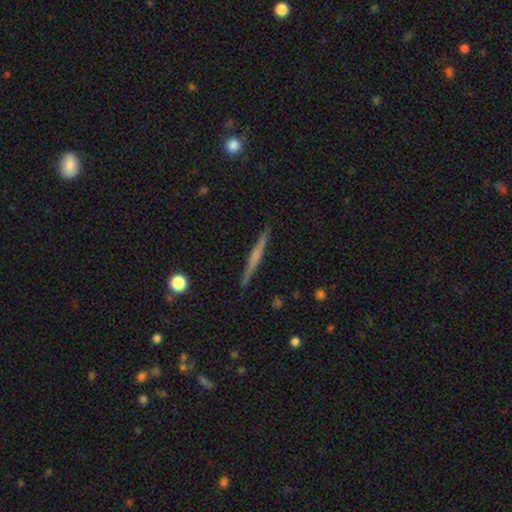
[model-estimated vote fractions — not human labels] Morphology: type=featured or disk (63%); edge-on=yes (98%); edge-on bulge=rounded (43%, tied with none); merging=none (91%).